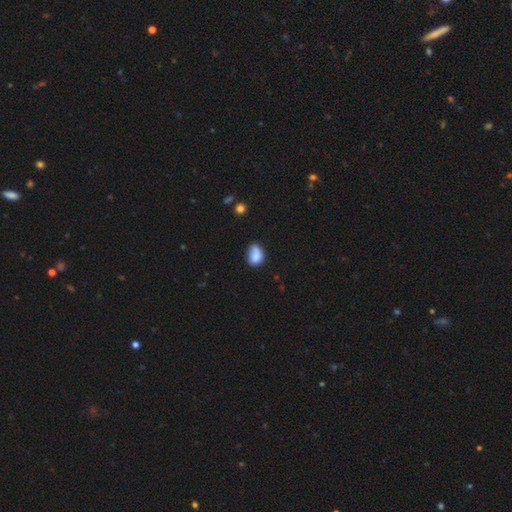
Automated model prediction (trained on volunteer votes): Smooth or featured: smooth — 77% (featured or disk — 14%)
How rounded: in between — 67% (round — 32%)
Merging: none — 45% (minor disturbance — 35%)